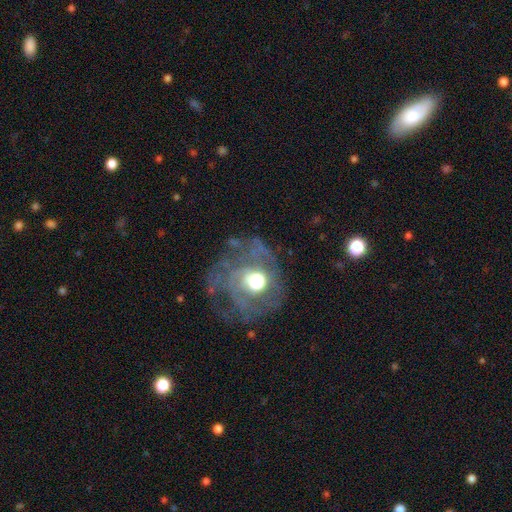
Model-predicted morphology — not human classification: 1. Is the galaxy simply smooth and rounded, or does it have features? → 65% featured or disk, 20% smooth, 16% star or artifact.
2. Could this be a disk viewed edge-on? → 95% no, 5% yes.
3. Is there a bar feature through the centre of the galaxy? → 74% no, 20% weak, 6% strong.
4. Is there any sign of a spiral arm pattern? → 65% yes, 35% no.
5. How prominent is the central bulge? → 67% moderate, 19% large, 10% small, 2% dominant, 2% none.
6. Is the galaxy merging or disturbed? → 65% none, 17% minor disturbance, 16% major disturbance, 3% merger.